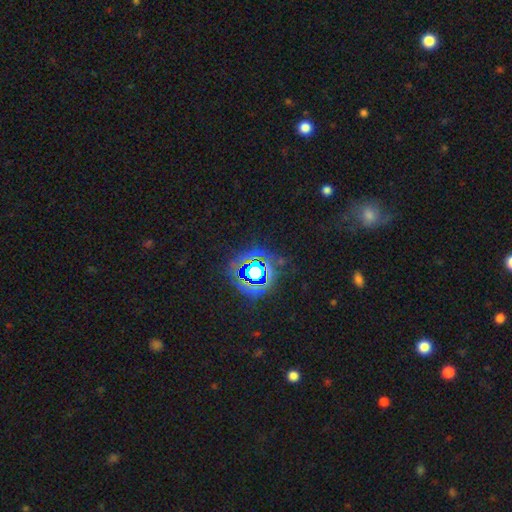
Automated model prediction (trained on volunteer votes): A star or artifact, not a galaxy (78%).